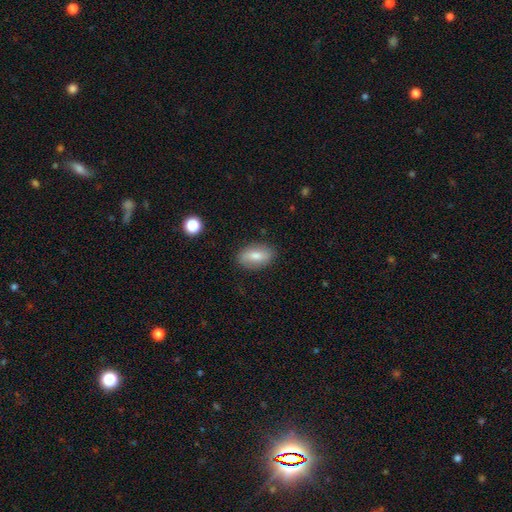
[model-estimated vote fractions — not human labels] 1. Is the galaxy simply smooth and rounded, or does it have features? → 70% smooth, 23% featured or disk, 7% star or artifact.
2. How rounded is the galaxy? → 88% in between, 7% round, 5% cigar-shaped.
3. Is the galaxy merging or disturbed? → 84% none, 12% minor disturbance, 3% major disturbance, 1% merger.